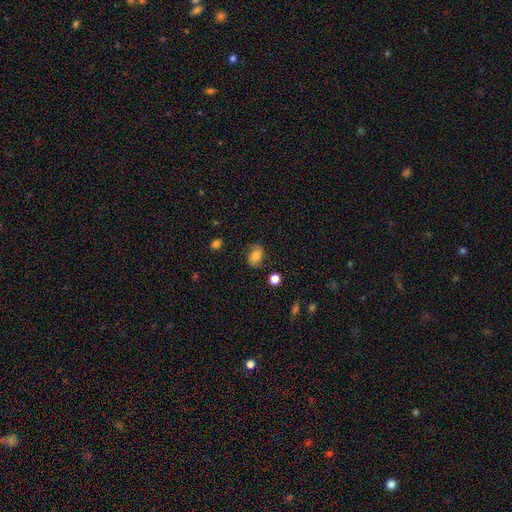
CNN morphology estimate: Smooth or featured?
  - smooth: 71% *
  - featured or disk: 18%
  - star or artifact: 11%
How rounded?
  - in between: 72% *
  - round: 26%
  - cigar-shaped: 1%
Merging?
  - none: 73% *
  - minor disturbance: 19%
  - major disturbance: 7%
  - merger: 2%